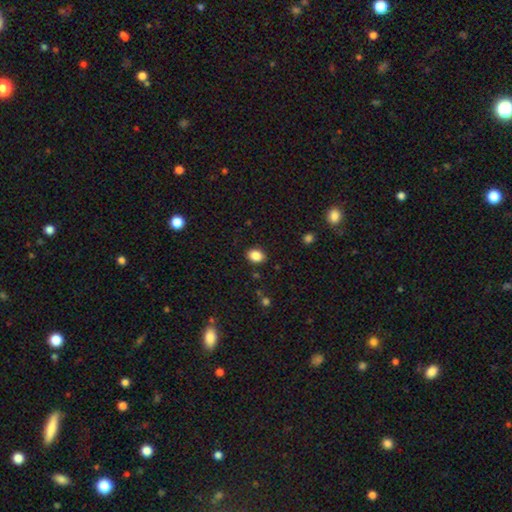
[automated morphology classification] smooth_or_featured: smooth (p=0.87) [alt: star or artifact p=0.10]
how_rounded: in between (p=0.64) [alt: round p=0.35]
merging: none (p=0.88) [alt: minor disturbance p=0.08]